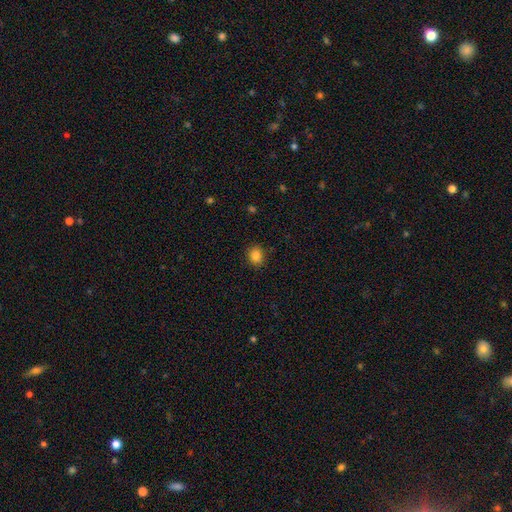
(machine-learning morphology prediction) This is clearly a smooth galaxy (84%). How rounded: likely round (67%). Merging: clearly none (89%).